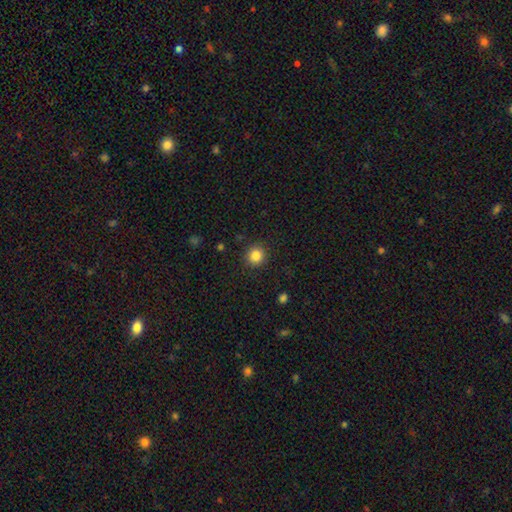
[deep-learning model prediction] Smooth or featured?
  - smooth: 85% *
  - star or artifact: 11%
  - featured or disk: 4%
How rounded?
  - round: 93% *
  - in between: 6%
  - cigar-shaped: 1%
Merging?
  - none: 90% *
  - minor disturbance: 6%
  - major disturbance: 2%
  - merger: 1%